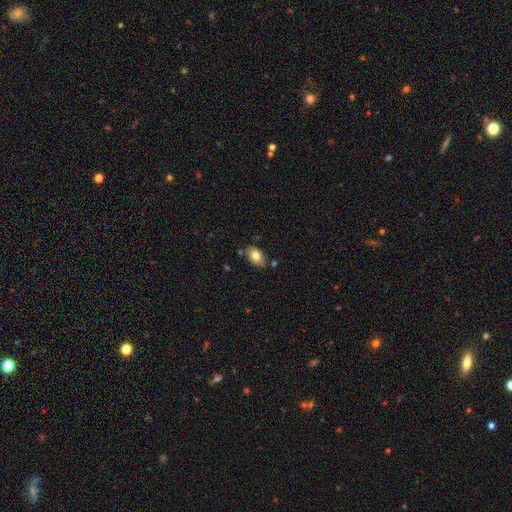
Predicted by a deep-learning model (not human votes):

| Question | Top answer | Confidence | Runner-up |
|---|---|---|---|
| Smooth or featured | smooth | 78% | featured or disk (14%) |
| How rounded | in between | 89% | round (9%) |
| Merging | none | 78% | minor disturbance (14%) |